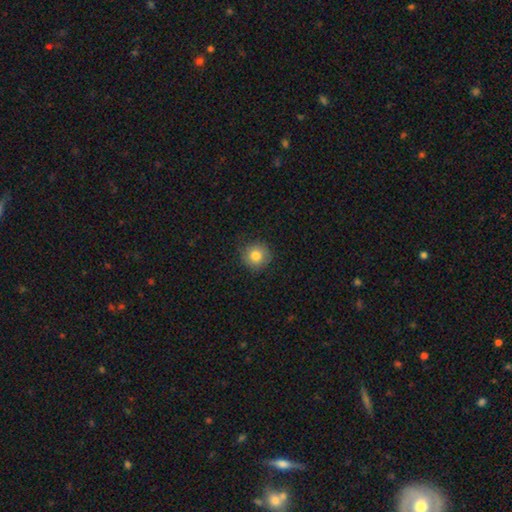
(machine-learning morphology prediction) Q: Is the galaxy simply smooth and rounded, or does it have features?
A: smooth — 81%.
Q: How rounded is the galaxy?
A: round — 93%.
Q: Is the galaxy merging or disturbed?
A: none — 83%.